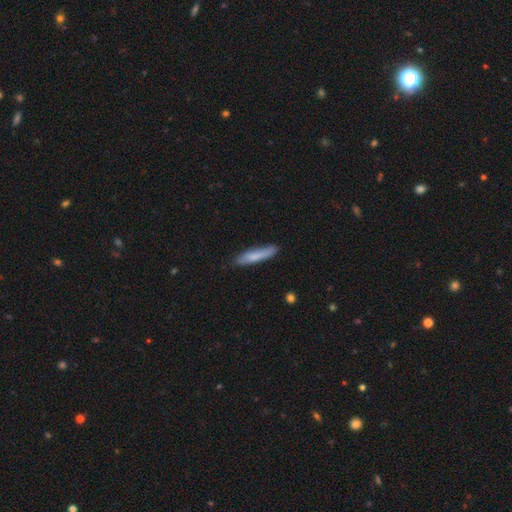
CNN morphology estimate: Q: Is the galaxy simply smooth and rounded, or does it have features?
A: smooth — 76%.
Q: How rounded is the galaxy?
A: cigar-shaped — 89%.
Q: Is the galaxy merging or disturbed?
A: none — 79%.